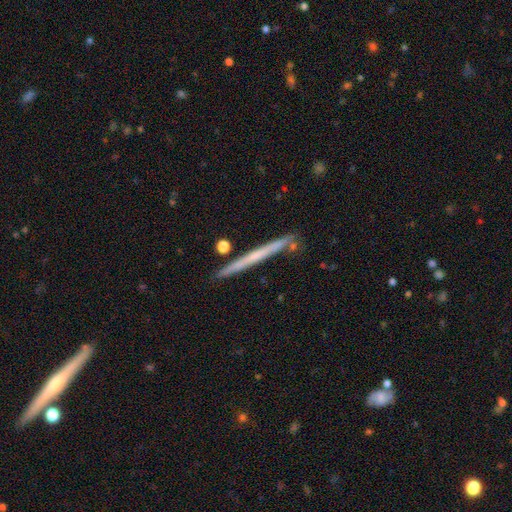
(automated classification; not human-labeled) featured or disk 53%, smooth 41%, star or artifact 6%. Down the decision tree: edge-on disk — yes (97%); edge-on bulge — none (81%); merging — none (86%).